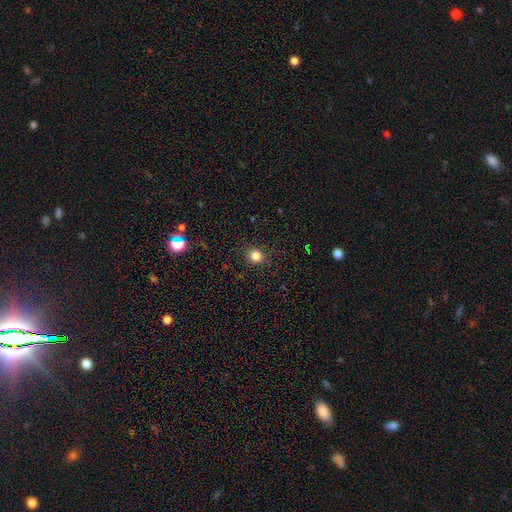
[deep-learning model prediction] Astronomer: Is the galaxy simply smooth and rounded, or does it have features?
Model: smooth — 82%.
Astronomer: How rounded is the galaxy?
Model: round — 92%.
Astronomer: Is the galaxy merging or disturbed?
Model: none — 91%.